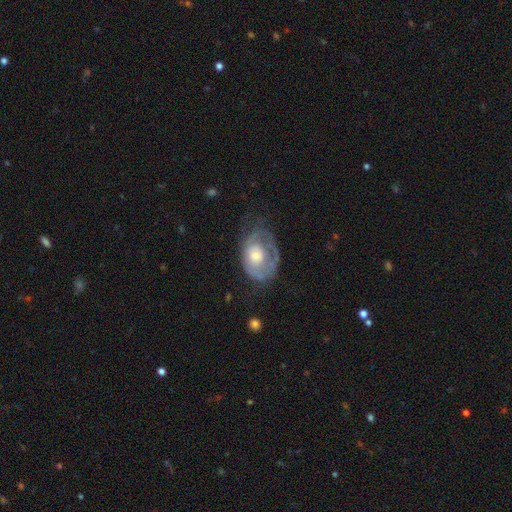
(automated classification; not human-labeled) This appears to be a featured or disk galaxy (63%) with no bar (82%), spiral arms (62%) and a moderate central bulge (55%). Merging: none (44%).